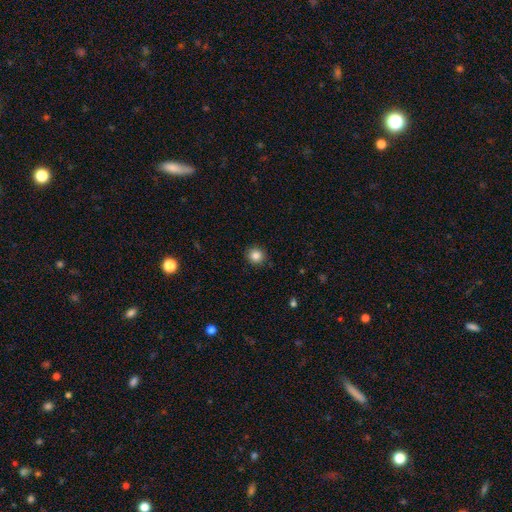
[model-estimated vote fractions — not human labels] Smooth or featured?
  - smooth: 85% *
  - star or artifact: 10%
  - featured or disk: 5%
How rounded?
  - round: 91% *
  - in between: 8%
  - cigar-shaped: 1%
Merging?
  - none: 89% *
  - minor disturbance: 8%
  - major disturbance: 2%
  - merger: 1%